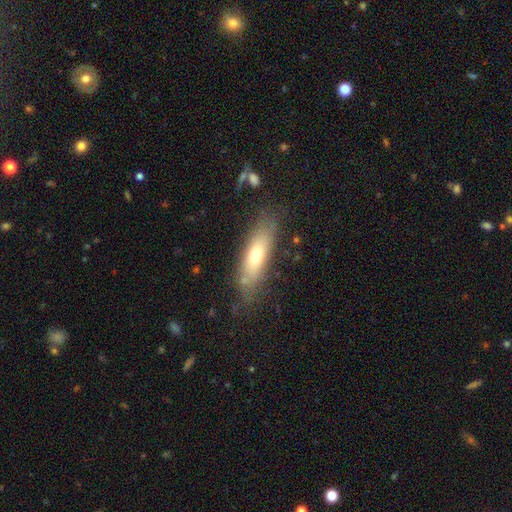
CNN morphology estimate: smooth-or-featured: smooth: 61% | featured or disk: 31% | star or artifact: 8%
  how-rounded: in between: 50% | cigar-shaped: 48% | round: 3%
  merging: none: 74% | minor disturbance: 17% | major disturbance: 6% | merger: 4%